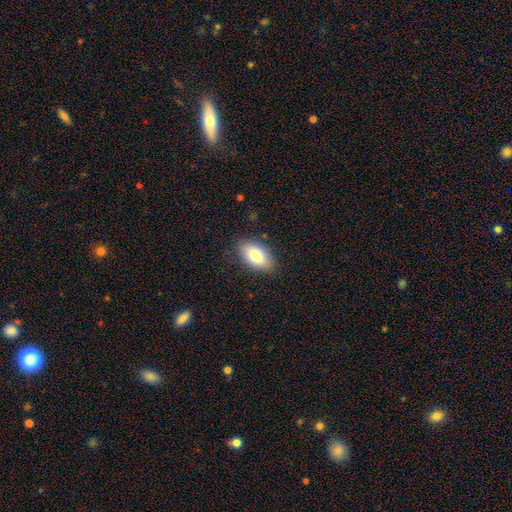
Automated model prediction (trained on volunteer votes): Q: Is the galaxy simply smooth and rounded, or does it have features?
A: smooth — 80%.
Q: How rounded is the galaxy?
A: in between — 93%.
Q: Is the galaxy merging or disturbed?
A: none — 84%.